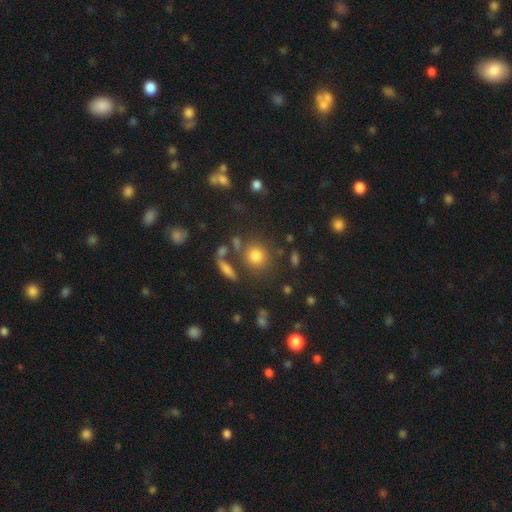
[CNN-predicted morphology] The model was most divided on "smooth or featured": smooth: 76%, star or artifact: 14%, featured or disk: 10%. More confident: how rounded — round (85%); merging — none (74%).